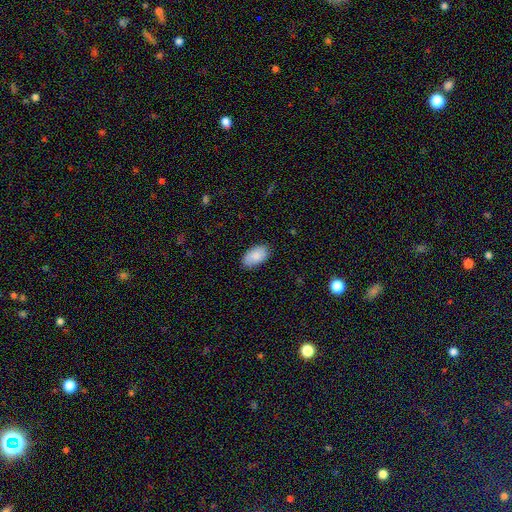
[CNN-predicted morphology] Smooth or featured? smooth (86%)
How rounded? in between (95%)
Merging? none (82%)